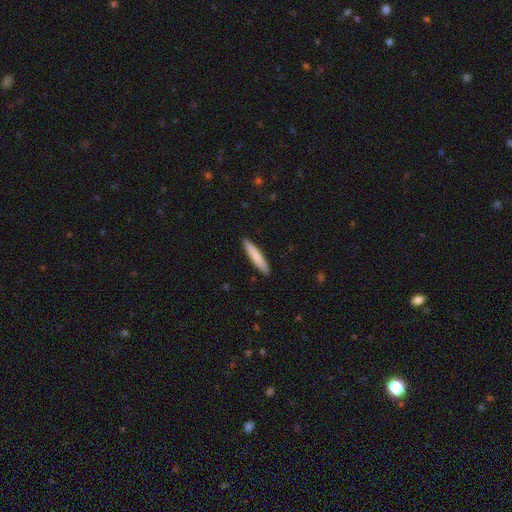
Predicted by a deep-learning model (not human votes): A smooth galaxy with no disk features (82%) that is cigar-shaped (91%). Merging: none (91%).